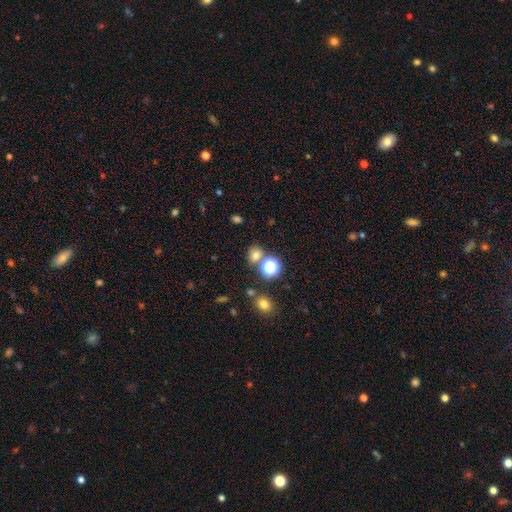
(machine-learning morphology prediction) type=smooth (69%); roundness=round (70%); merging=none (70%).